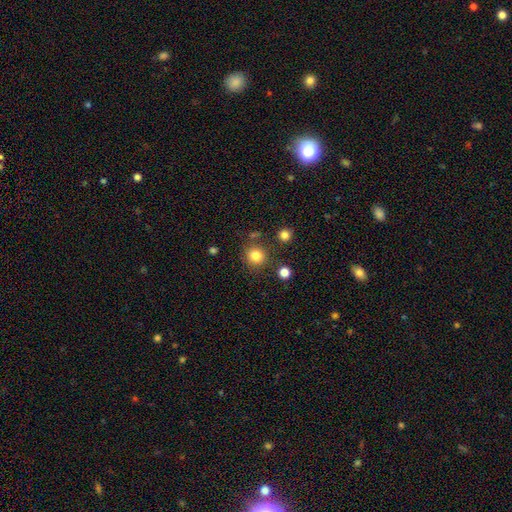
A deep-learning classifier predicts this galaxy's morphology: This is clearly a smooth galaxy (82%). How rounded: clearly round (90%). Merging: clearly none (80%).